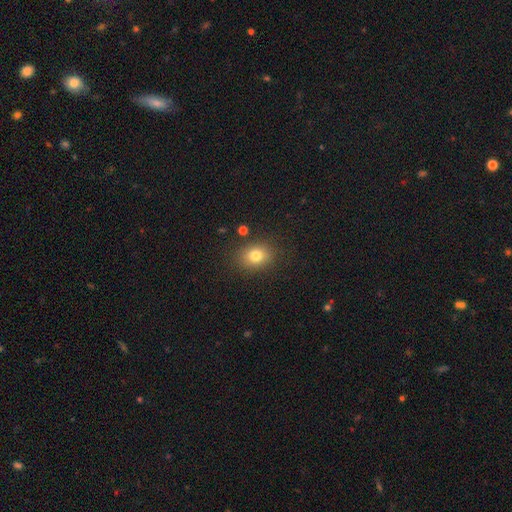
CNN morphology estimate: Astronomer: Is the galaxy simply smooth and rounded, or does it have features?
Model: smooth — 79%.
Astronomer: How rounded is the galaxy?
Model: in between — 51% (runner-up: round, 47%).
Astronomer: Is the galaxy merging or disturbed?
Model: none — 84%.